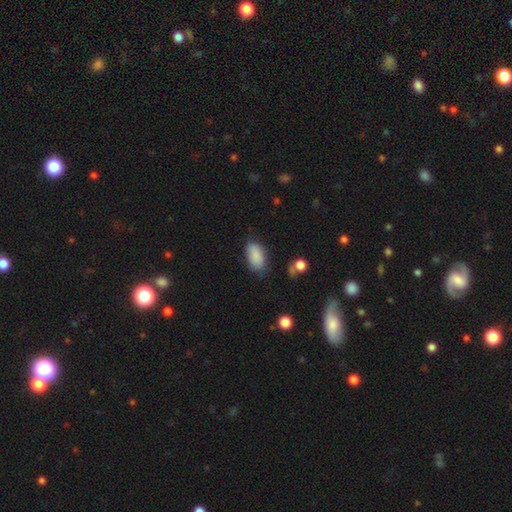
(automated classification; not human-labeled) Q: Smooth or featured?
A: smooth (86%); runner-up: star or artifact (8%)
Q: How rounded?
A: in between (93%); runner-up: round (4%)
Q: Merging?
A: none (70%); runner-up: minor disturbance (22%)